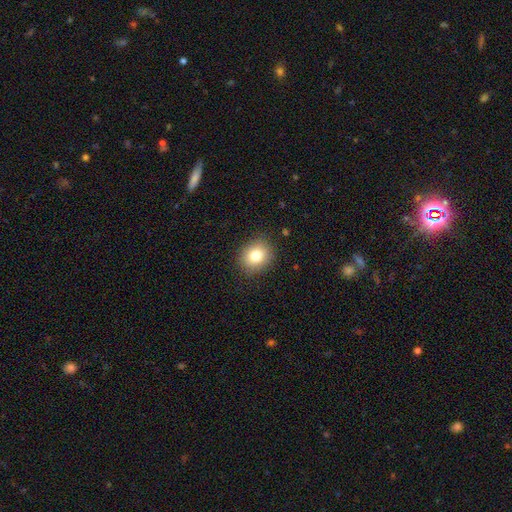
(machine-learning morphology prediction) Smooth or featured? smooth (80%)
How rounded? round (61%)
Merging? none (87%)